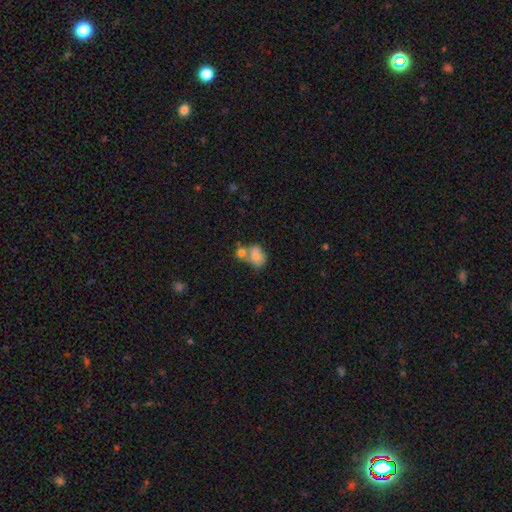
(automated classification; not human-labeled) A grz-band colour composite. It shows a smooth galaxy with no disk features (74%) that is in between round and cigar-shaped (64%). Merging: merger (58%).